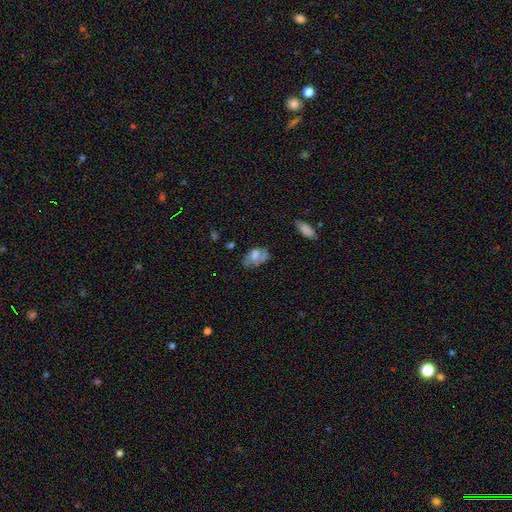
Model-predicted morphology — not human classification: The model was most divided on "merging": none: 45%, minor disturbance: 31%, major disturbance: 18%, merger: 6%. More confident: how rounded — in between (88%); smooth or featured — smooth (62%).